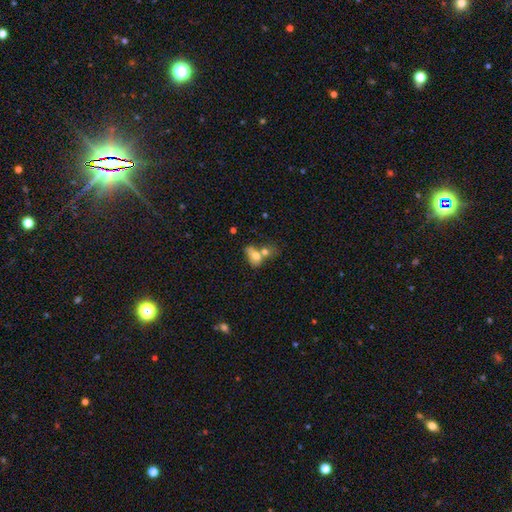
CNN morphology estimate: A smooth galaxy with no disk features (69%) that is in between round and cigar-shaped (75%).

Vote fractions:
- Smooth or featured? smooth: 69% / featured or disk: 22% / star or artifact: 9%
- How rounded? in between: 75% / round: 23% / cigar-shaped: 3%
- Merging? merger: 65% / none: 16% / minor disturbance: 10% / major disturbance: 9%